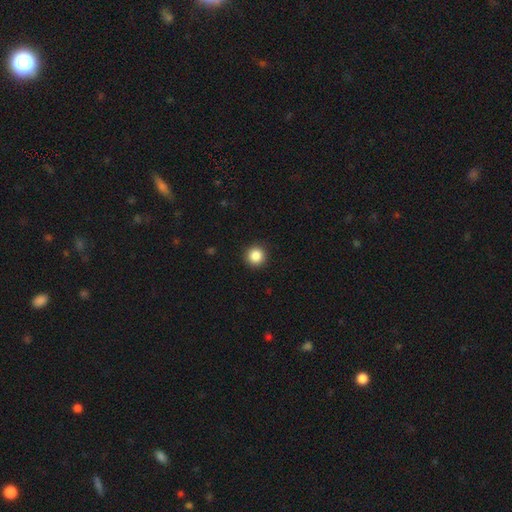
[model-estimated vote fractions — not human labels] A smooth galaxy with no disk features (86%) that is round (96%). Merging: none (93%).